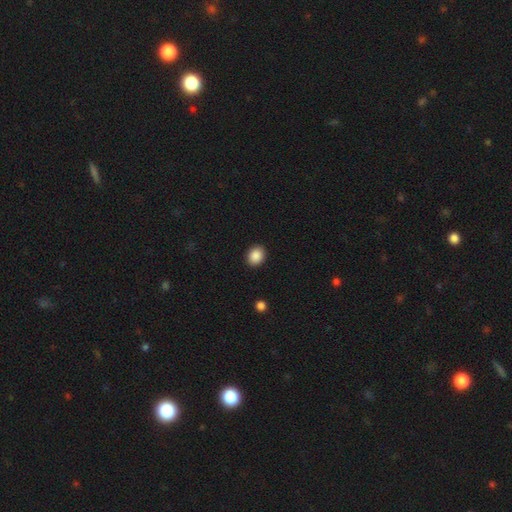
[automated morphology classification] A smooth galaxy with no disk features (89%) that is round (55%). Merging: none (91%).